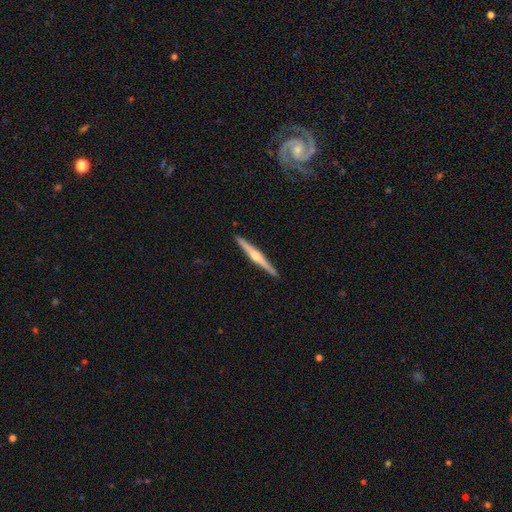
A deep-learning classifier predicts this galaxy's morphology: Smooth or featured?
  - featured or disk: 76% *
  - smooth: 19%
  - star or artifact: 5%
Edge-on disk?
  - yes: 98% *
  - no: 2%
Edge-on bulge?
  - rounded: 91% *
  - none: 5%
  - boxy: 4%
Merging?
  - none: 92% *
  - minor disturbance: 6%
  - major disturbance: 1%
  - merger: 1%